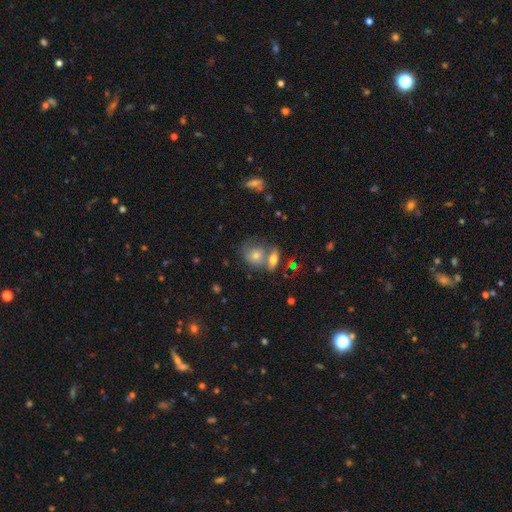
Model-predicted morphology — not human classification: A smooth galaxy with no disk features (70%) that is round (52%). Merging: merger (46%).